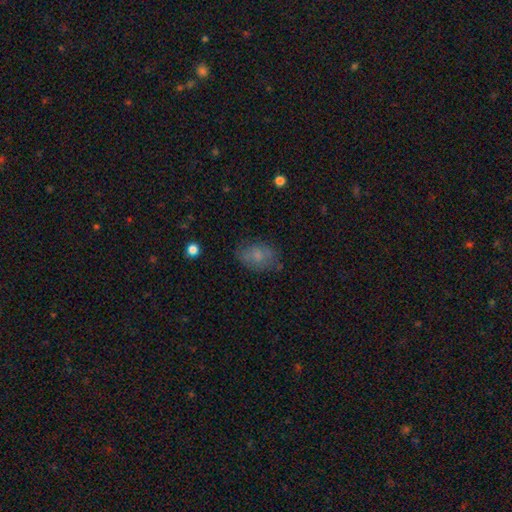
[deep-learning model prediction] Smooth or featured? smooth (66%)
How rounded? in between (82%)
Merging? none (66%)